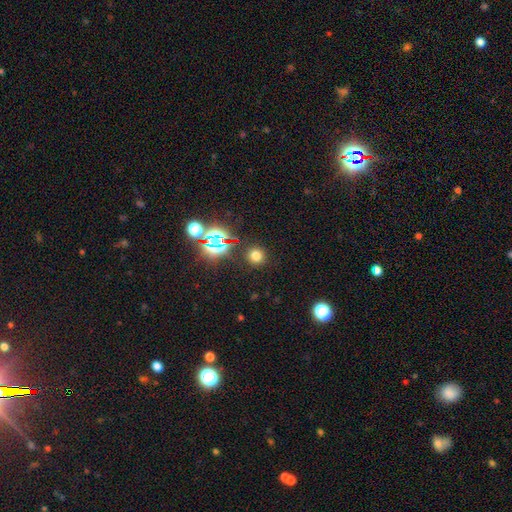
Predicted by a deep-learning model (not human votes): Smooth or featured: smooth — 69% (star or artifact — 25%)
How rounded: round — 90% (in between — 9%)
Merging: none — 88% (minor disturbance — 6%)